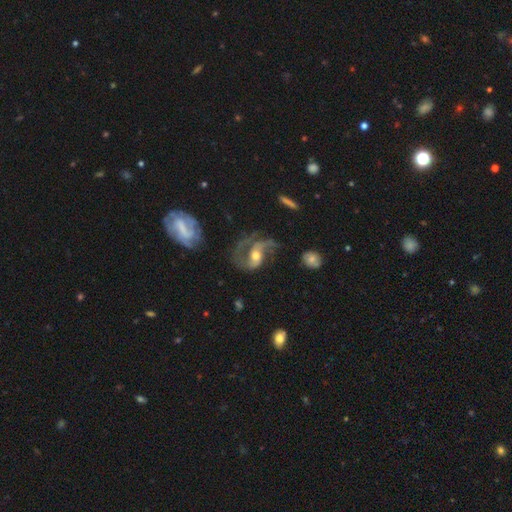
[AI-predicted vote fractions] Q: Smooth or featured?
A: featured or disk (83%); runner-up: smooth (10%)
Q: Edge-on disk?
A: no (97%); runner-up: yes (3%)
Q: Bar?
A: no (46%); runner-up: weak (37%)
Q: Spiral arms?
A: yes (91%); runner-up: no (9%)
Q: Spiral winding?
A: loose (50%); runner-up: medium (40%)
Q: Spiral arm count?
A: 2 (70%); runner-up: 1 (12%)
Q: Bulge size?
A: moderate (65%); runner-up: small (21%)
Q: Merging?
A: none (41%); runner-up: major disturbance (36%)